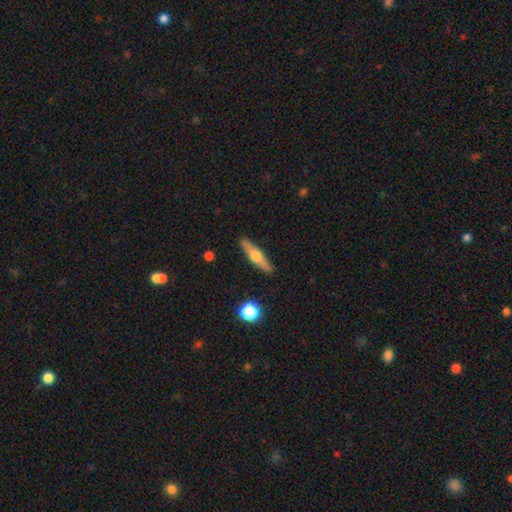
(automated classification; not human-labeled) smooth-or-featured: featured or disk: 57% | smooth: 36% | star or artifact: 6%
  disk-edge-on: yes: 94% | no: 6%
    edge-on-bulge: rounded: 94% | boxy: 3% | none: 3%
  merging: none: 89% | minor disturbance: 8% | major disturbance: 2% | merger: 1%